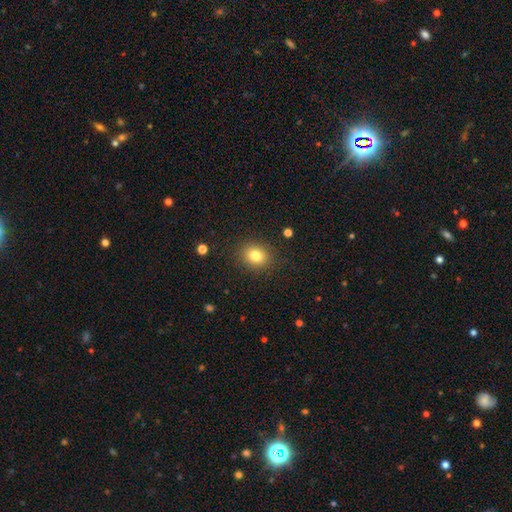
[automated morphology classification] A smooth galaxy with no disk features (80%) that is round (70%). Merging: none (88%).